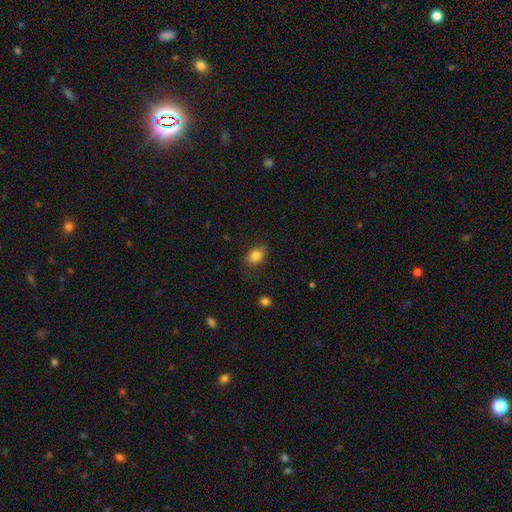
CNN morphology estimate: This is clearly a smooth galaxy (84%). How rounded: likely in between (68%). Merging: likely none (80%).